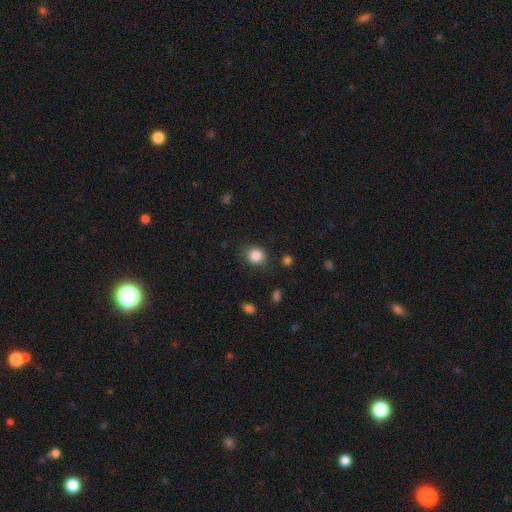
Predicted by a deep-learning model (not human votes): This is clearly a smooth galaxy (86%). How rounded: likely round (78%). Merging: clearly none (81%).